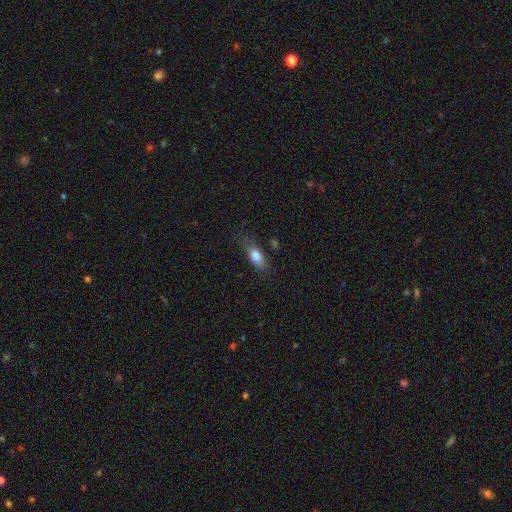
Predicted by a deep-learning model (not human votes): Smooth or featured? smooth (80%)
How rounded? in between (77%)
Merging? none (61%)